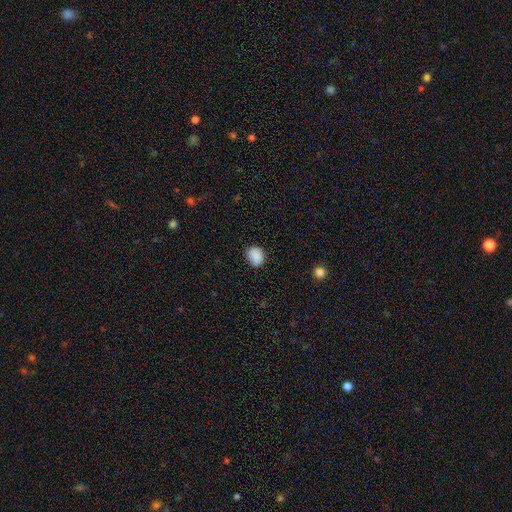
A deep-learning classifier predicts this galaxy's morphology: The model was most divided on "how rounded": round: 66%, in between: 33%, cigar-shaped: 1%. More confident: smooth or featured — smooth (87%); merging — none (80%).